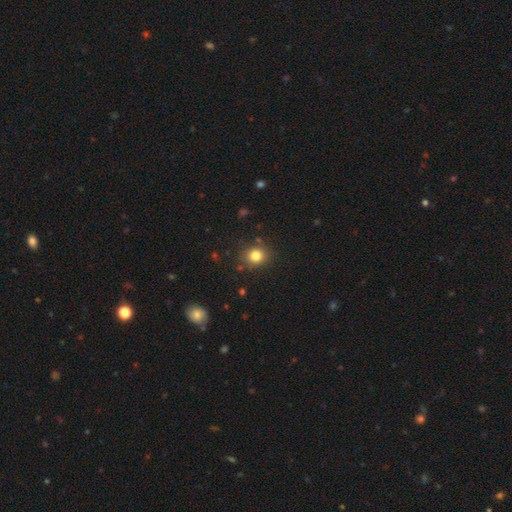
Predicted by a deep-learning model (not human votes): Smooth or featured?
  - smooth: 82% *
  - star or artifact: 12%
  - featured or disk: 6%
How rounded?
  - round: 76% *
  - in between: 24%
  - cigar-shaped: 1%
Merging?
  - none: 83% *
  - minor disturbance: 11%
  - major disturbance: 3%
  - merger: 3%